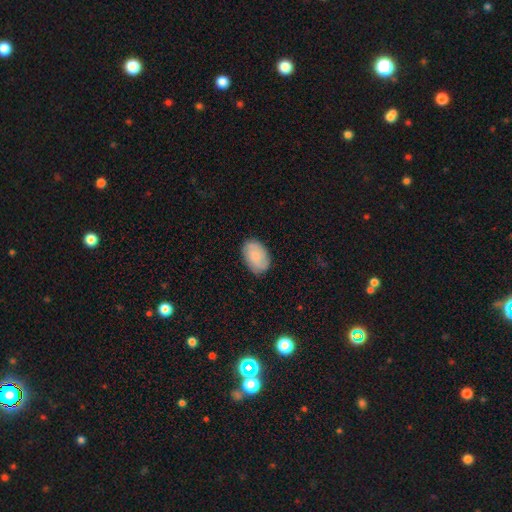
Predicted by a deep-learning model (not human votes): Overall: smooth (72%). How rounded: in between (89%). Merging: none (83%).